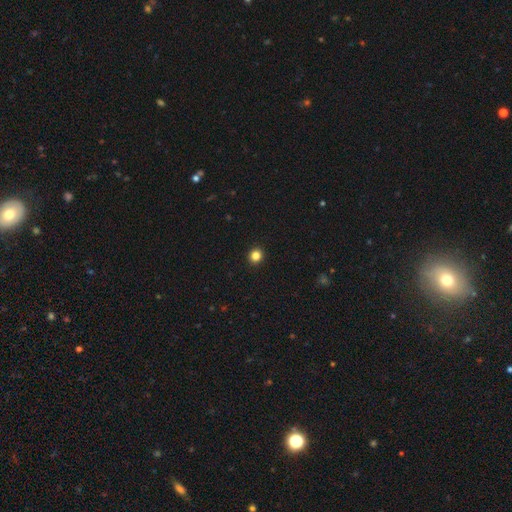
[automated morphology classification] Overall: smooth (84%). How rounded: round (89%). Merging: none (94%).